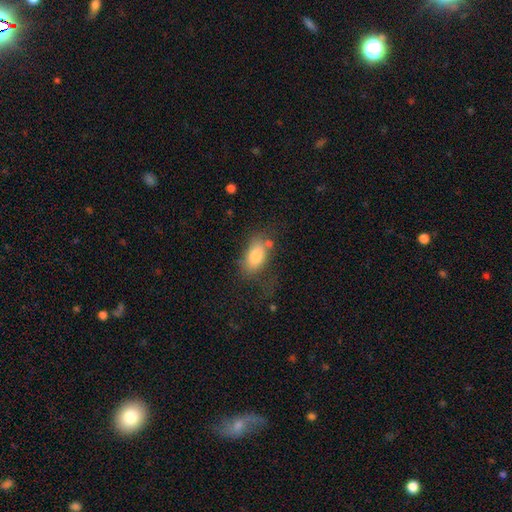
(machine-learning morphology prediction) The model was most divided on "merging": none: 51%, minor disturbance: 25%, major disturbance: 16%, merger: 7%. More confident: how rounded — in between (89%); smooth or featured — smooth (78%).